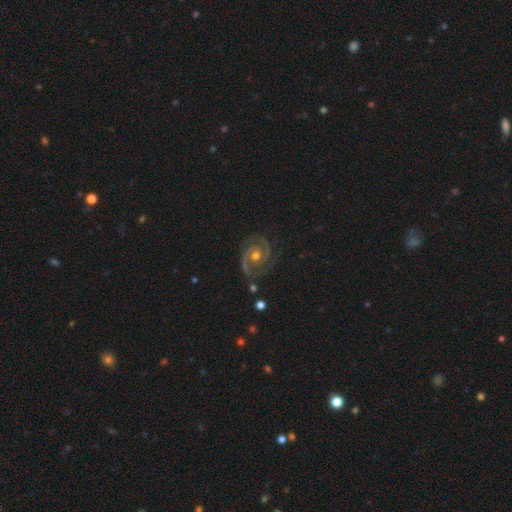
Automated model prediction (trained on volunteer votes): Q: Smooth or featured?
A: featured or disk (91%); runner-up: star or artifact (5%)
Q: Edge-on disk?
A: no (98%); runner-up: yes (2%)
Q: Bar?
A: no (70%); runner-up: weak (23%)
Q: Spiral arms?
A: yes (98%); runner-up: no (2%)
Q: Spiral winding?
A: tight (56%); runner-up: medium (39%)
Q: Spiral arm count?
A: 2 (88%); runner-up: 3 (5%)
Q: Bulge size?
A: moderate (76%); runner-up: small (17%)
Q: Merging?
A: none (80%); runner-up: minor disturbance (13%)